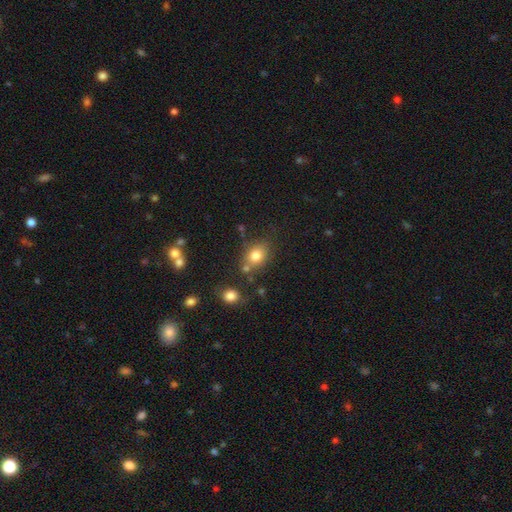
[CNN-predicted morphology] smooth-or-featured: smooth: 79% | star or artifact: 12% | featured or disk: 10%
  how-rounded: round: 50% | in between: 49% | cigar-shaped: 1%
  merging: none: 67% | minor disturbance: 15% | merger: 13% | major disturbance: 5%